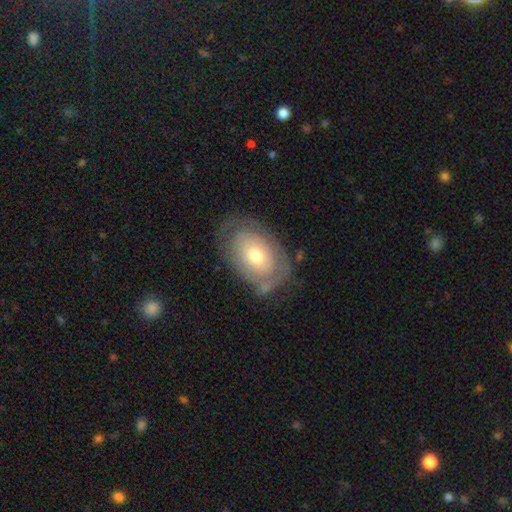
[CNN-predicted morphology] This is possibly a featured or disk galaxy (50%). Merging: likely none (67%).